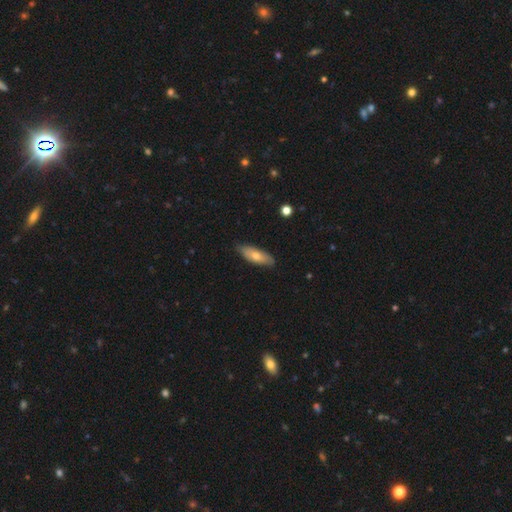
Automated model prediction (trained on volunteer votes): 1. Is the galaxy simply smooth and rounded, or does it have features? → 66% smooth, 28% featured or disk, 6% star or artifact.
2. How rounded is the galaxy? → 66% in between, 31% cigar-shaped, 2% round.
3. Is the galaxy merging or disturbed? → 82% none, 15% minor disturbance, 2% major disturbance, 1% merger.